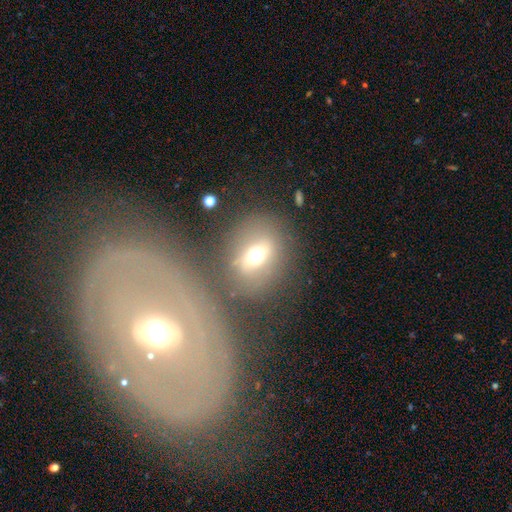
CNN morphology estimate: Smooth or featured? smooth (53%)
How rounded? in between (54%)
Merging? none (67%)